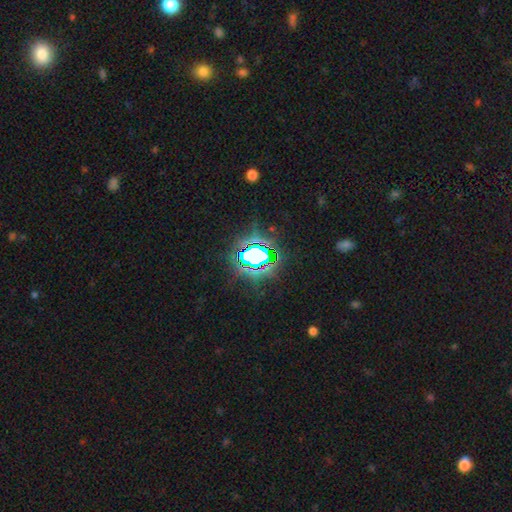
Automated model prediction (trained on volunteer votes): Smooth or featured?
  - star or artifact: 73% *
  - smooth: 15%
  - featured or disk: 11%